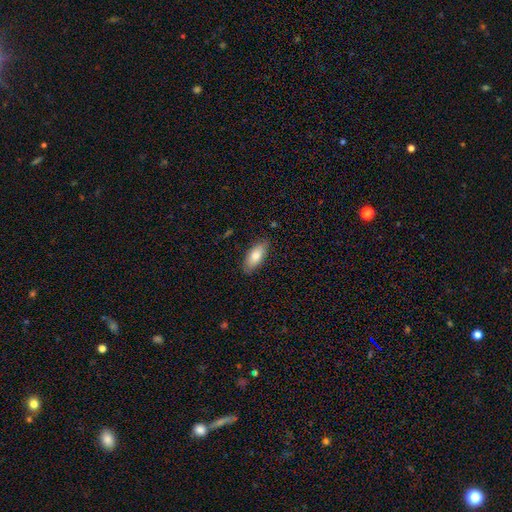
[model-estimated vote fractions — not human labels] Overall: smooth (79%). How rounded: in between (83%). Merging: none (85%).